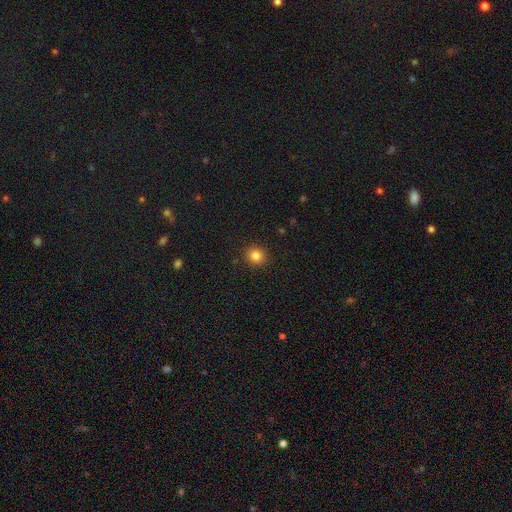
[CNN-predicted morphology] A smooth galaxy with no disk features (83%) that is round (85%). Merging: none (91%).